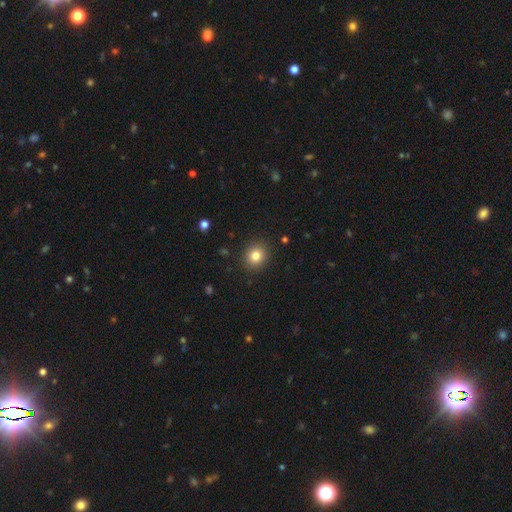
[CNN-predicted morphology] This is clearly a smooth galaxy (82%). How rounded: likely round (79%). Merging: clearly none (90%).